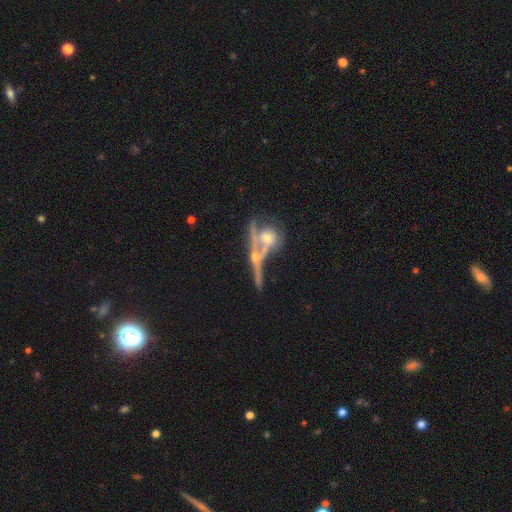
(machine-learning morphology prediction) Q: Smooth or featured?
A: featured or disk (65%); runner-up: smooth (25%)
Q: Edge-on disk?
A: yes (56%); runner-up: no (44%)
Q: Merging?
A: merger (48%); runner-up: none (31%)